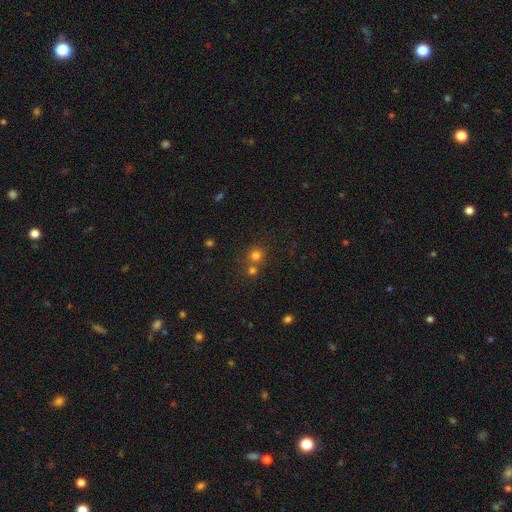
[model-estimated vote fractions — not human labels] smooth-or-featured: smooth: 76% | star or artifact: 17% | featured or disk: 7%
  how-rounded: round: 90% | in between: 9% | cigar-shaped: 1%
  merging: none: 60% | merger: 31% | minor disturbance: 6% | major disturbance: 3%